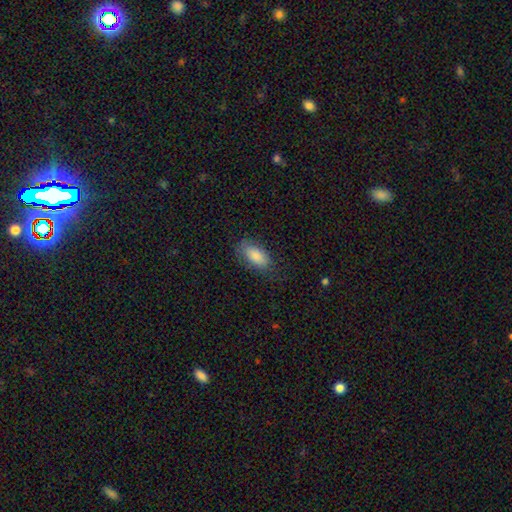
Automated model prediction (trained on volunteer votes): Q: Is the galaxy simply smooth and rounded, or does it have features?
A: smooth — 85%.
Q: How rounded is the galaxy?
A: in between — 88%.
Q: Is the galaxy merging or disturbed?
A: none — 78%.